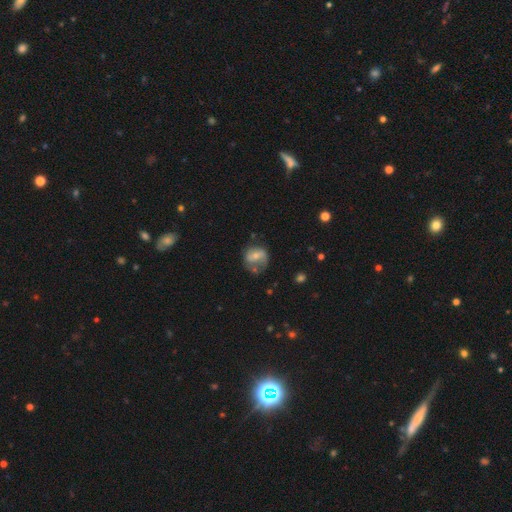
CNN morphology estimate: This appears to be a featured or disk galaxy (50%). Merging: none (47%).